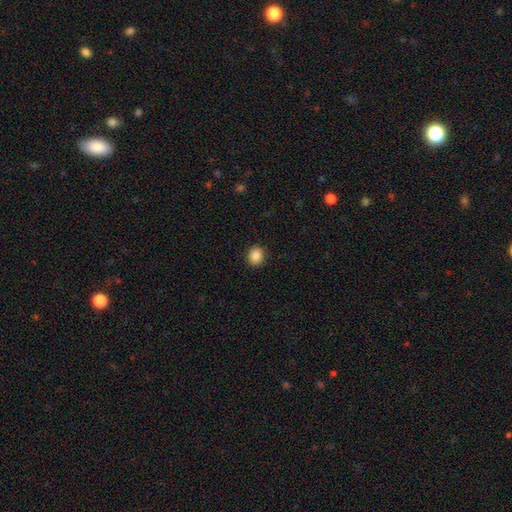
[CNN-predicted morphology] Overall: smooth (86%). How rounded: round (78%). Merging: none (91%).